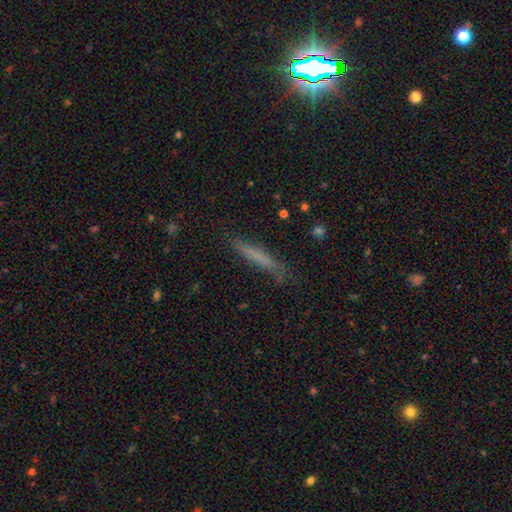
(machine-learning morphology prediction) smooth_or_featured: smooth (p=0.57) [alt: featured or disk p=0.30]
how_rounded: cigar-shaped (p=0.93) [alt: in between p=0.05]
merging: none (p=0.80) [alt: minor disturbance p=0.15]